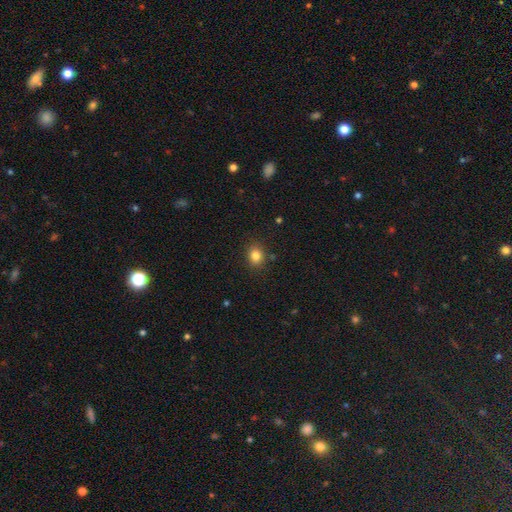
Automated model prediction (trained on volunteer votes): Morphology: type=smooth (82%); roundness=round (58%); merging=none (86%).